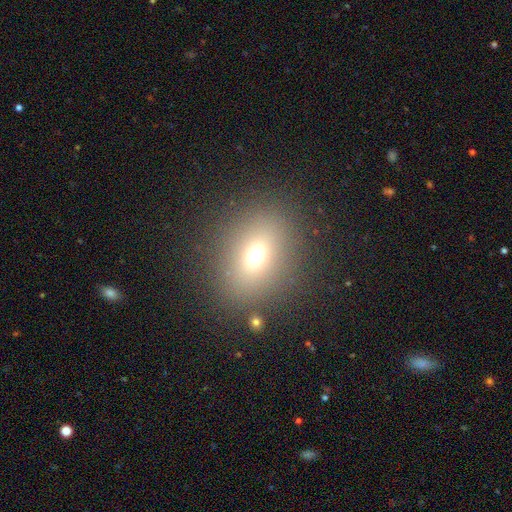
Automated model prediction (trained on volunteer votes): A smooth galaxy with no disk features (67%) that is round (53%). Merging: none (84%).